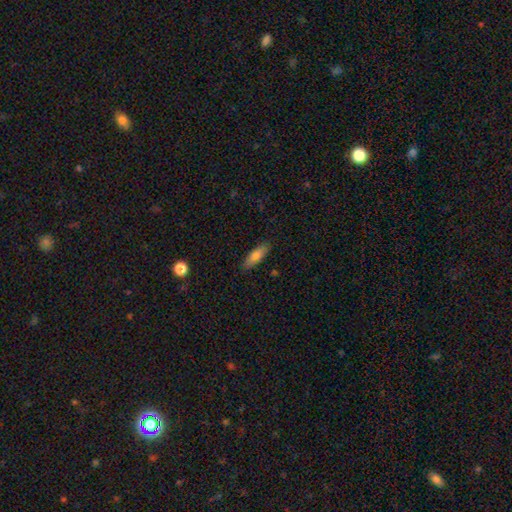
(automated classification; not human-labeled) The model was most divided on "how rounded": in between: 54%, cigar-shaped: 44%, round: 2%. More confident: merging — none (87%); smooth or featured — smooth (77%).